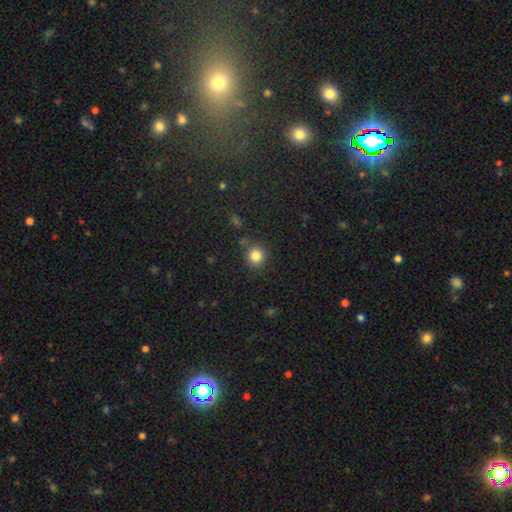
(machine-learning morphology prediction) The model was most divided on "merging": none: 81%, minor disturbance: 11%, merger: 5%, major disturbance: 4%. More confident: how rounded — round (89%); smooth or featured — smooth (84%).